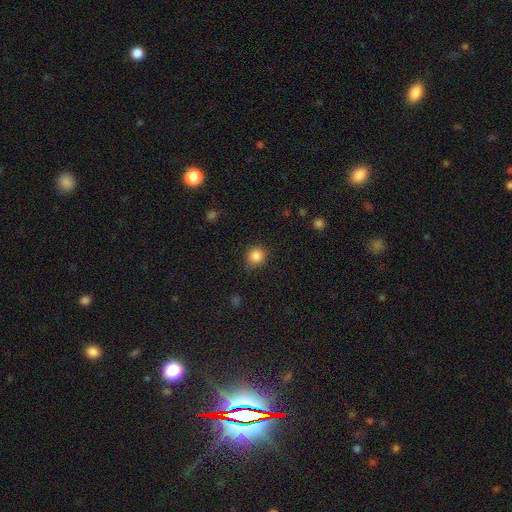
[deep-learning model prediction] Overall: smooth (85%). How rounded: round (89%). Merging: none (86%).